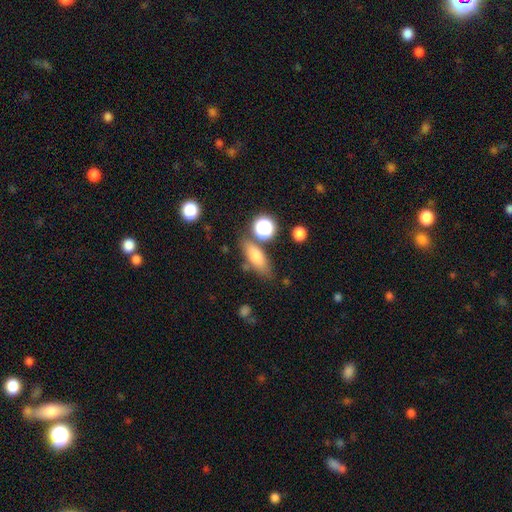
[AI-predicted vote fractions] A smooth galaxy with no disk features (71%) that is in between round and cigar-shaped (58%). Merging: none (70%).